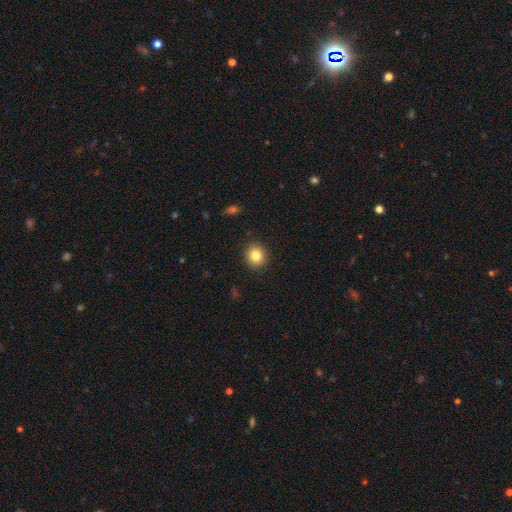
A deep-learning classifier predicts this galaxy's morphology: A smooth galaxy with no disk features (83%) that is round (85%). Merging: none (91%).